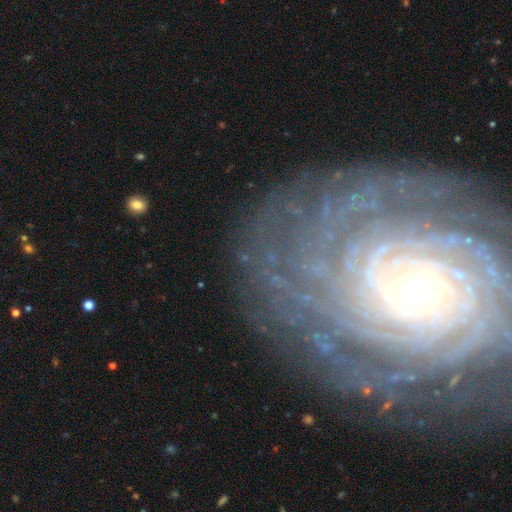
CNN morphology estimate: Smooth or featured? Predicted: featured or disk (p=0.84). Edge-on disk? Predicted: no (p=0.96). Bar? Predicted: no (p=0.61). Spiral arms? Predicted: yes (p=0.95). Spiral winding? Predicted: tight (p=0.82). Spiral arm count? Predicted: more than 4 (p=0.32). Bulge size? Predicted: small (p=0.77). Merging? Predicted: none (p=0.77).